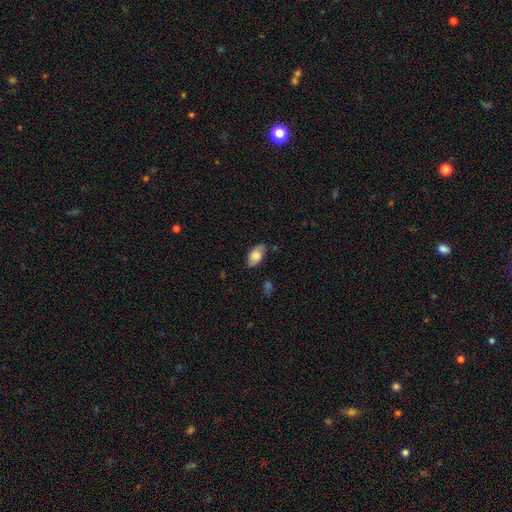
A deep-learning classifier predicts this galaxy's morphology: Overall: smooth (69%). How rounded: in between (93%). Merging: none (76%).